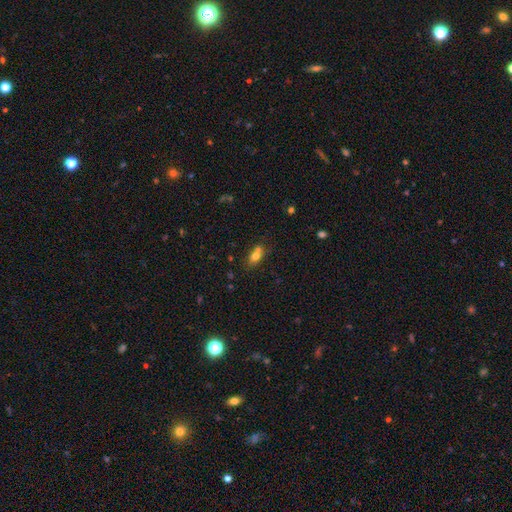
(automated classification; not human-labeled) This is likely a smooth galaxy (73%). How rounded: likely in between (77%). Merging: possibly none (50%).